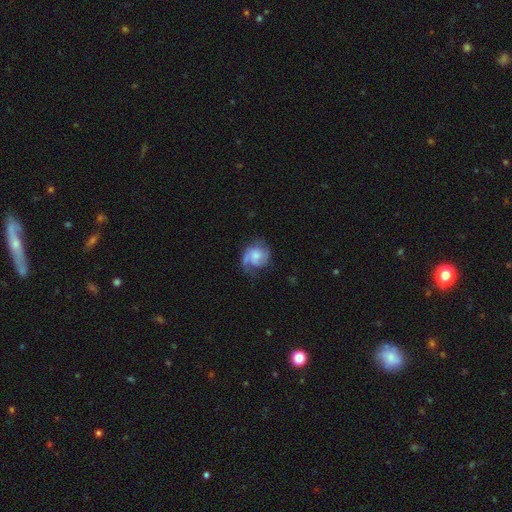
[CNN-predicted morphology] Smooth or featured: featured or disk — 70% (smooth — 23%)
Edge-on disk: no — 98% (yes — 2%)
Bar: no — 67% (weak — 29%)
Spiral arms: yes — 94% (no — 6%)
Spiral winding: medium — 44% (tight — 32%)
Spiral arm count: 2 — 67% (1 — 17%)
Bulge size: moderate — 37% (small — 35%)
Merging: none — 62% (minor disturbance — 23%)